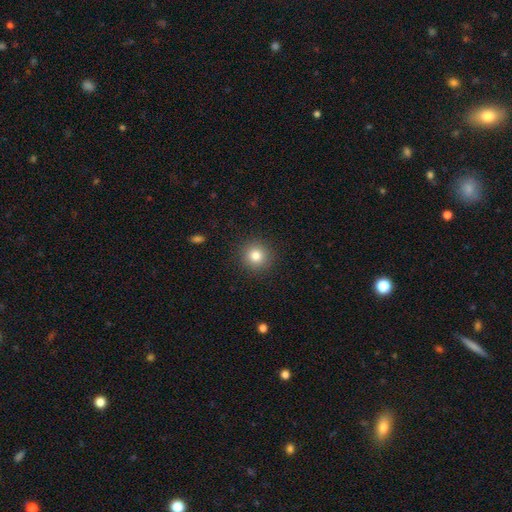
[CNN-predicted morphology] This is clearly a smooth galaxy (82%). How rounded: clearly round (93%). Merging: clearly none (91%).